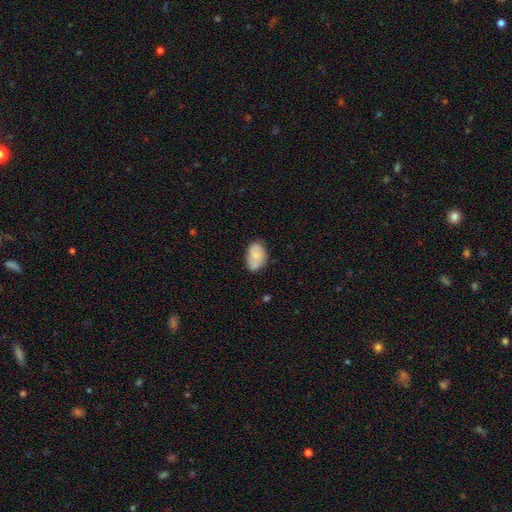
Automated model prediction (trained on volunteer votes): A smooth galaxy with no disk features (64%) that is in between round and cigar-shaped (86%).

Vote fractions:
- Smooth or featured? smooth: 64% / featured or disk: 28% / star or artifact: 8%
- How rounded? in between: 86% / round: 13% / cigar-shaped: 1%
- Merging? none: 58% / minor disturbance: 31% / major disturbance: 8% / merger: 4%